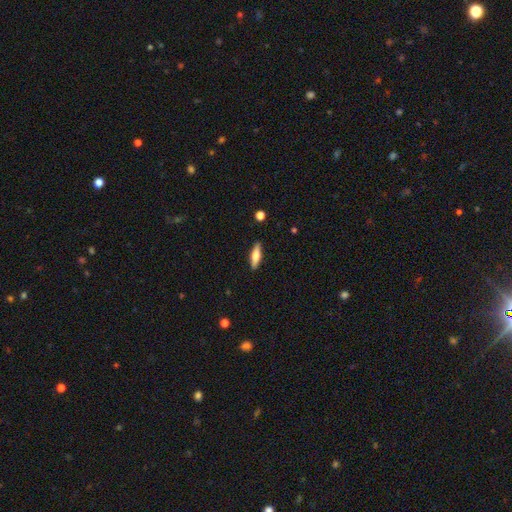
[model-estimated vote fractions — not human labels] Smooth or featured?
  - smooth: 58% *
  - featured or disk: 36%
  - star or artifact: 6%
How rounded?
  - cigar-shaped: 58% *
  - in between: 40%
  - round: 2%
Merging?
  - none: 89% *
  - minor disturbance: 8%
  - major disturbance: 2%
  - merger: 1%